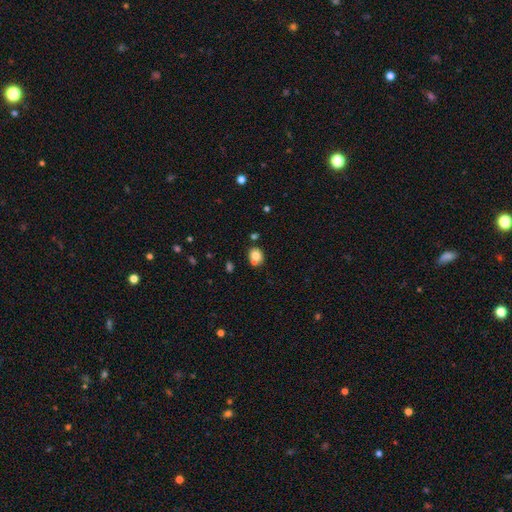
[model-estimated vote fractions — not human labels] Smooth or featured: smooth — 77% (featured or disk — 12%)
How rounded: round — 67% (in between — 32%)
Merging: none — 60% (merger — 22%)